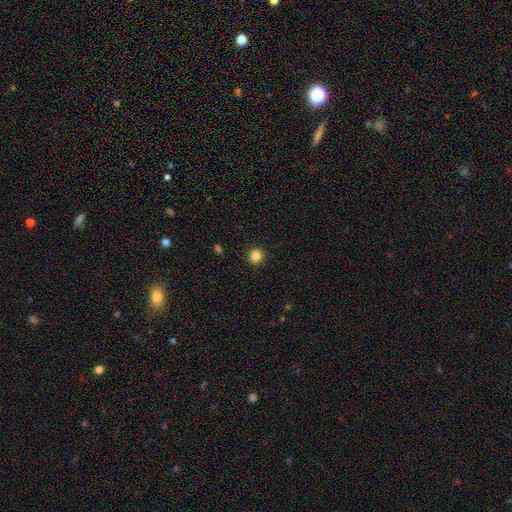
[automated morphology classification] Q: Smooth or featured?
A: smooth (85%); runner-up: star or artifact (11%)
Q: How rounded?
A: round (87%); runner-up: in between (12%)
Q: Merging?
A: none (91%); runner-up: minor disturbance (6%)